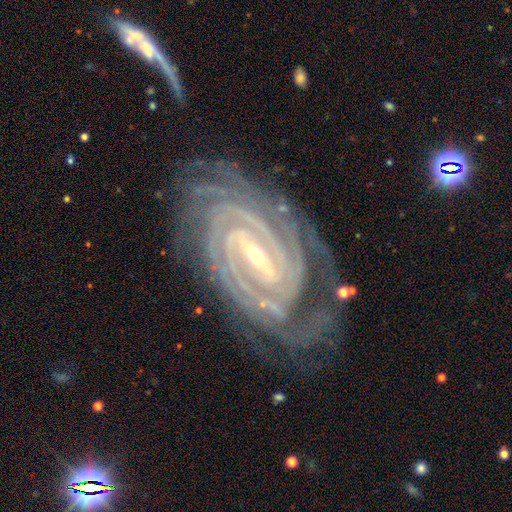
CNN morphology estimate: Smooth or featured? featured or disk (93%)
Edge-on disk? no (97%)
Bar? strong (58%)
Spiral arms? yes (99%)
Spiral winding? tight (86%)
Spiral arm count? 4 (25%)
Bulge size? small (69%)
Merging? none (72%)